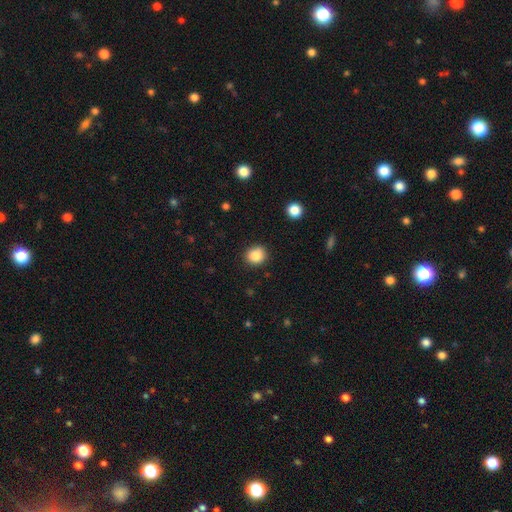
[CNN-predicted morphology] This is clearly a smooth galaxy (86%). How rounded: clearly round (83%). Merging: clearly none (90%).